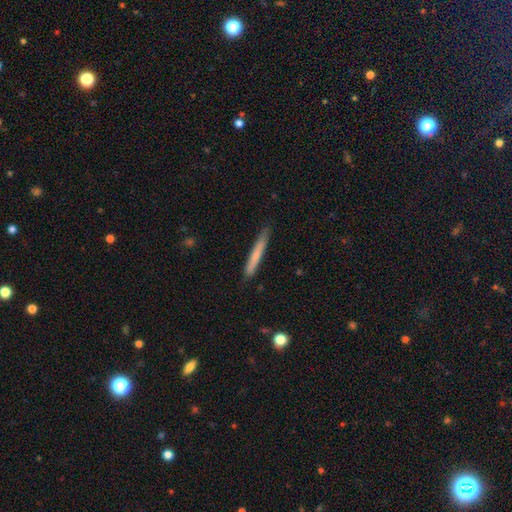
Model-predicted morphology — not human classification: This is likely a smooth galaxy (68%). How rounded: clearly cigar-shaped (97%). Merging: clearly none (85%).